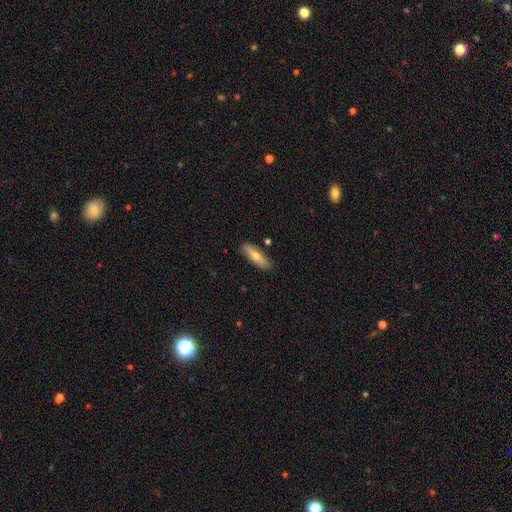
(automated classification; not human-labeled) A smooth galaxy with no disk features (62%) that is in between round and cigar-shaped (50%). Merging: none (85%).